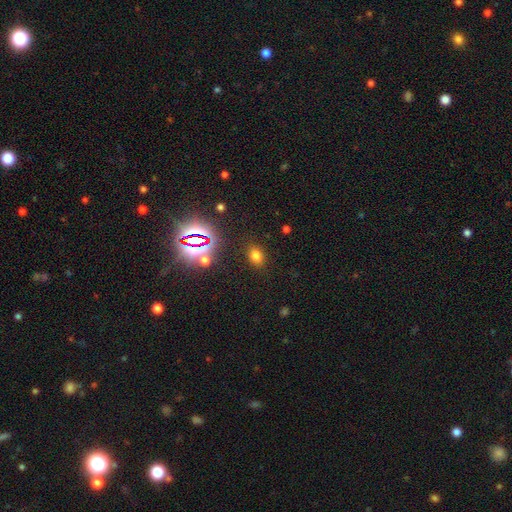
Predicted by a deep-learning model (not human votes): smooth 69%, star or artifact 24%, featured or disk 7%. Down the decision tree: how rounded — in between (68%); merging — none (85%).